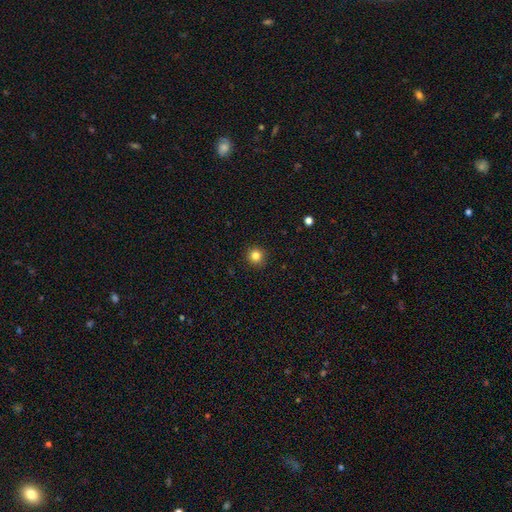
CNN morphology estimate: Smooth or featured? Predicted: smooth (p=0.83). How rounded? Predicted: round (p=0.94). Merging? Predicted: none (p=0.92).